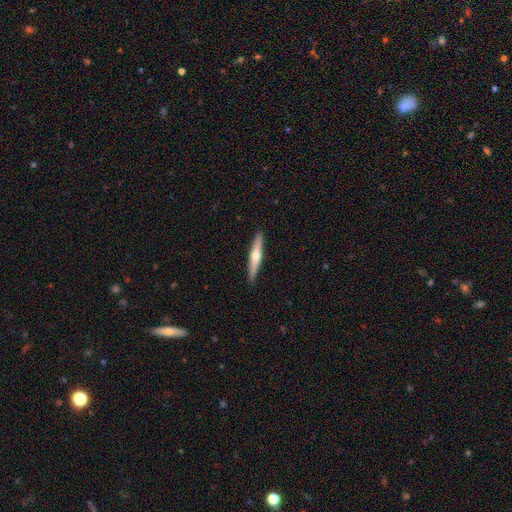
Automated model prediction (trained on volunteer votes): Morphology: type=featured or disk (57%); edge-on=yes (97%); edge-on bulge=rounded (89%); merging=none (91%).